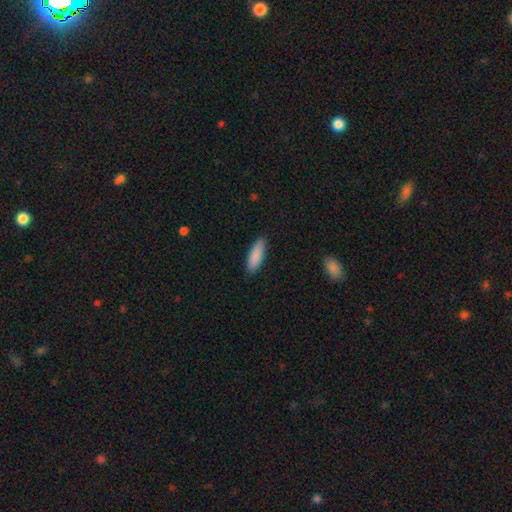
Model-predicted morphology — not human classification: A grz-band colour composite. It shows a smooth galaxy with no disk features (88%) that is in between round and cigar-shaped (56%). Merging: none (87%).